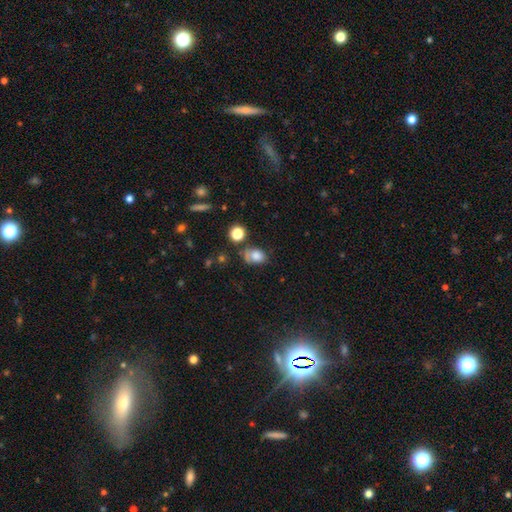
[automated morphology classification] The model was most divided on "merging": none: 48%, minor disturbance: 29%, major disturbance: 14%, merger: 9%. More confident: smooth or featured — smooth (75%); how rounded — in between (72%).